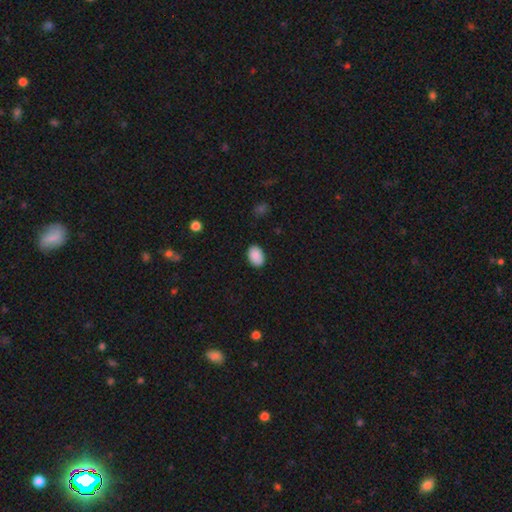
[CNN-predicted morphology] Smooth or featured? smooth (90%)
How rounded? in between (85%)
Merging? none (88%)